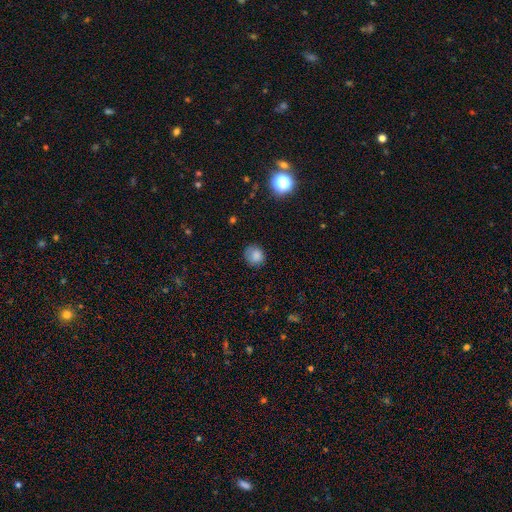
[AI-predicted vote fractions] This is clearly a smooth galaxy (83%). How rounded: clearly round (81%). Merging: likely none (76%).